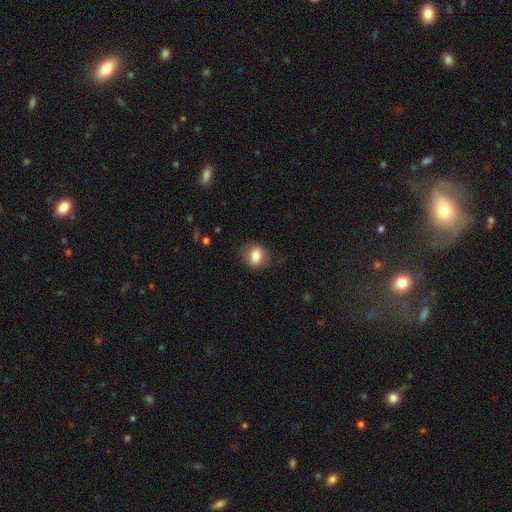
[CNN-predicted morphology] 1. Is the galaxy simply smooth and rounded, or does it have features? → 80% smooth, 11% featured or disk, 9% star or artifact.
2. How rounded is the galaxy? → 61% round, 38% in between, 1% cigar-shaped.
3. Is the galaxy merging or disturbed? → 79% none, 15% minor disturbance, 5% major disturbance, 1% merger.